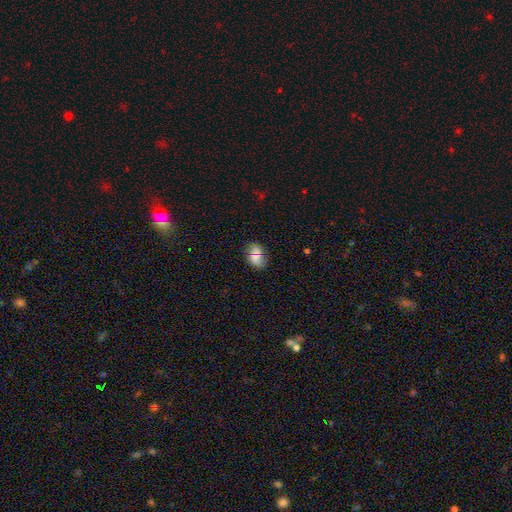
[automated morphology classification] This is likely a smooth galaxy (72%). How rounded: likely in between (77%). Merging: likely none (66%).